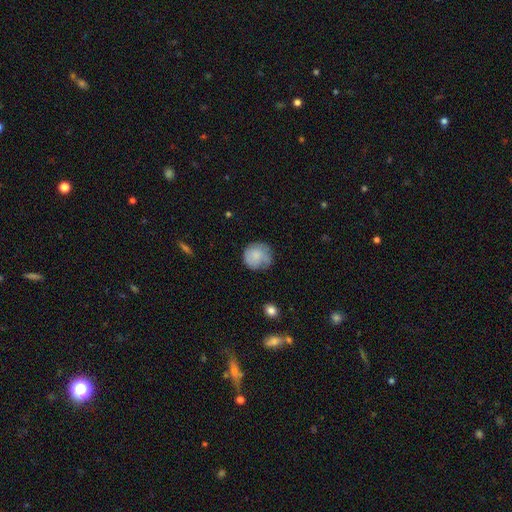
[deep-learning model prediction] Smooth or featured? smooth (72%)
How rounded? round (88%)
Merging? none (60%)